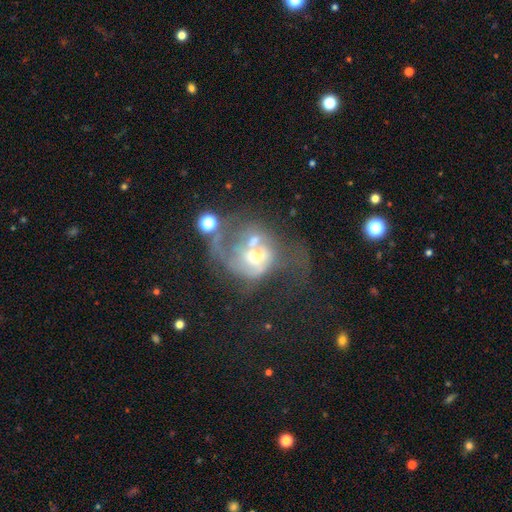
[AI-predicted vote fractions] smooth_or_featured: featured or disk (p=0.66) [alt: smooth p=0.23]
disk_edge_on: no (p=0.97) [alt: yes p=0.03]
bar: no (p=0.75) [alt: weak p=0.20]
has_spiral_arms: yes (p=0.59) [alt: no p=0.41]
bulge_size: moderate (p=0.52) [alt: small p=0.35]
merging: merger (p=0.39) [alt: major disturbance p=0.36]